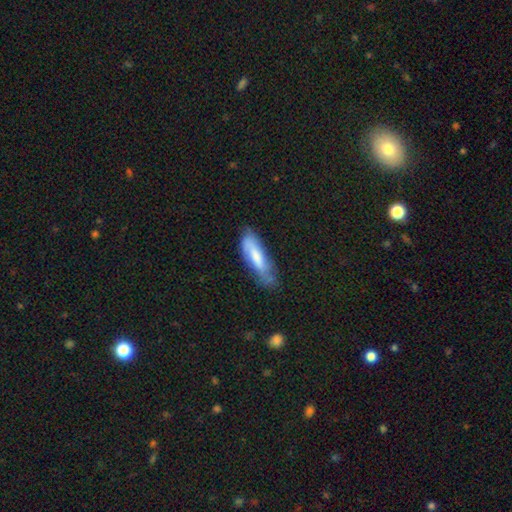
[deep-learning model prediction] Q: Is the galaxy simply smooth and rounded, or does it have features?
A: smooth — 63%.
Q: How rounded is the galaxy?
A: cigar-shaped — 55%.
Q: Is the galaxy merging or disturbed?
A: none — 55%.